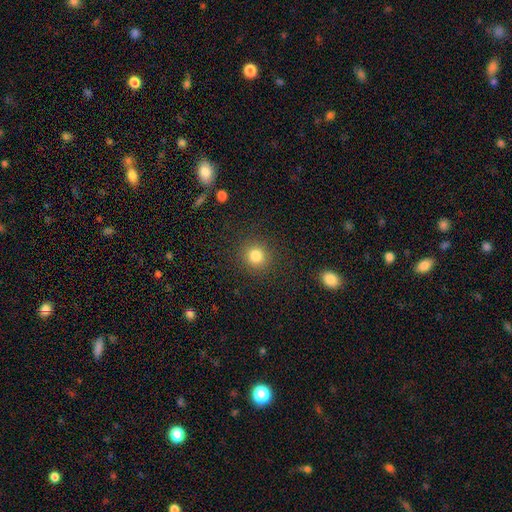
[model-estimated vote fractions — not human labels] Morphology: type=smooth (82%); roundness=round (90%); merging=none (89%).